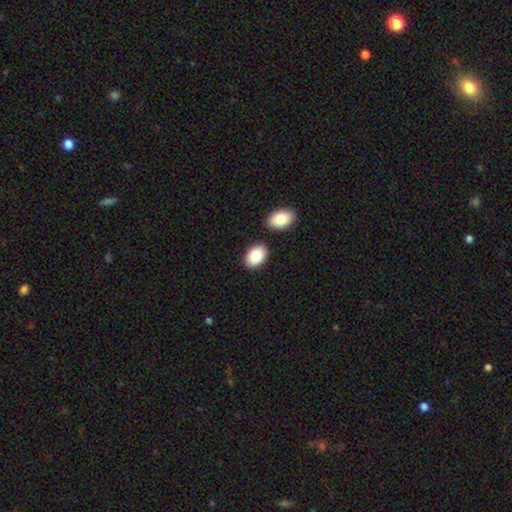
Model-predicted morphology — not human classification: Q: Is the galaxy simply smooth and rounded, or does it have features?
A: smooth — 85%.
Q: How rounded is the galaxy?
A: in between — 85%.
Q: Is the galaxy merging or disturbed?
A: none — 80%.